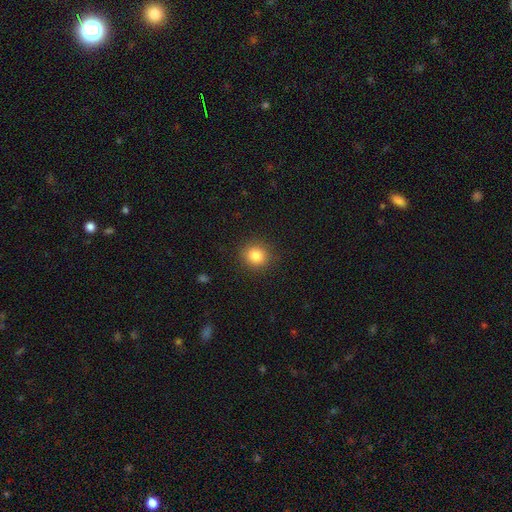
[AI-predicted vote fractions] Smooth or featured? Predicted: smooth (p=0.83). How rounded? Predicted: round (p=0.88). Merging? Predicted: none (p=0.90).